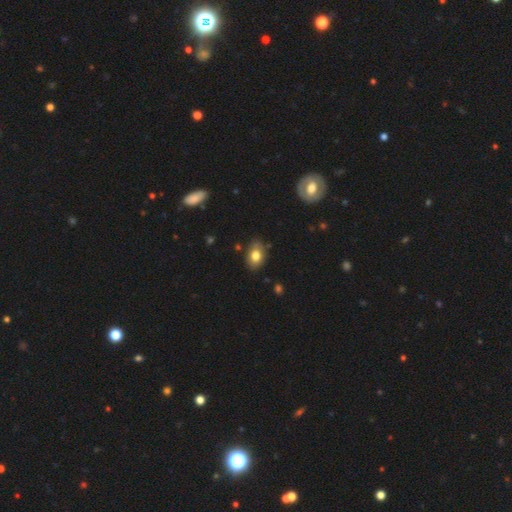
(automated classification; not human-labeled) smooth 78%, featured or disk 13%, star or artifact 9%. Down the decision tree: how rounded — in between (79%); merging — none (79%).